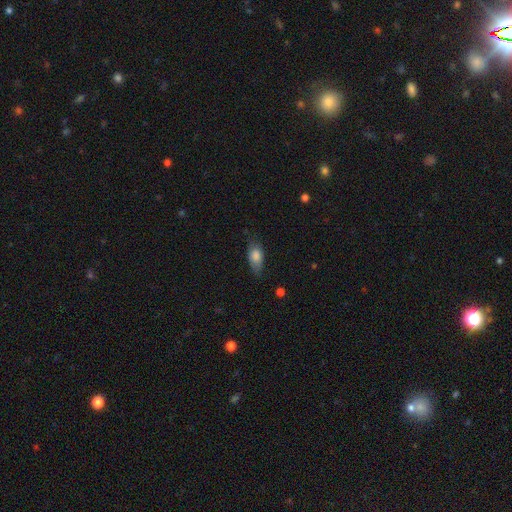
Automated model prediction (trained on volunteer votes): smooth_or_featured: smooth (p=0.78) [alt: featured or disk p=0.14]
how_rounded: in between (p=0.84) [alt: cigar-shaped p=0.11]
merging: none (p=0.64) [alt: minor disturbance p=0.27]